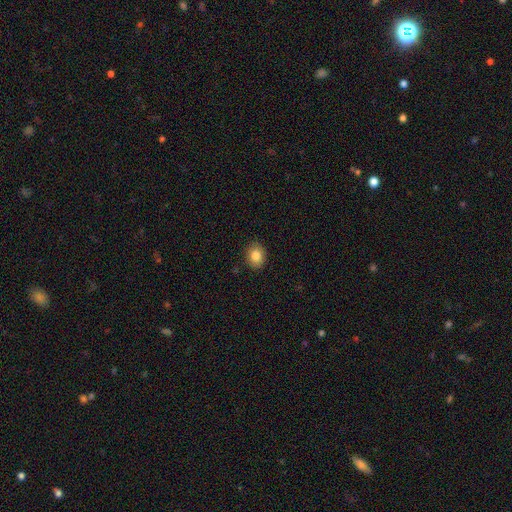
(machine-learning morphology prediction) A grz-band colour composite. It shows a smooth galaxy with no disk features (84%) that is in between round and cigar-shaped (51%). Merging: none (89%).